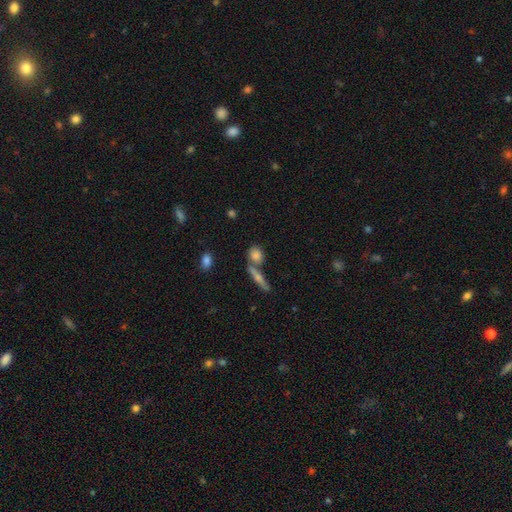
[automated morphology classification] The model was most divided on "how rounded": round: 58%, in between: 28%, cigar-shaped: 14%. More confident: smooth or featured — smooth (73%); merging — none (61%).